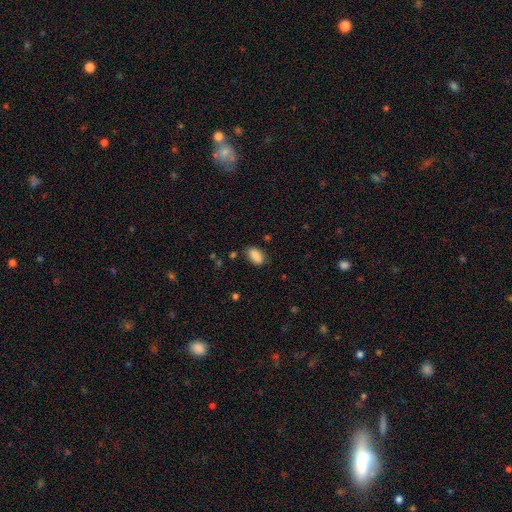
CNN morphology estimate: smooth_or_featured: smooth (p=0.88) [alt: star or artifact p=0.08]
how_rounded: in between (p=0.92) [alt: round p=0.05]
merging: none (p=0.79) [alt: minor disturbance p=0.16]